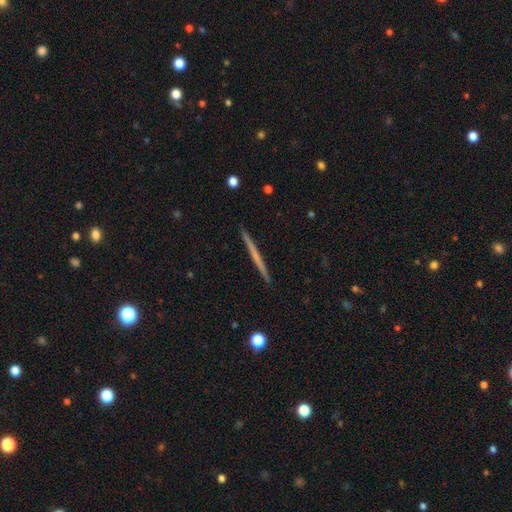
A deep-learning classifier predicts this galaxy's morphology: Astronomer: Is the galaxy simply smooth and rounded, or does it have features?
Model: featured or disk — 53% (runner-up: smooth, 42%).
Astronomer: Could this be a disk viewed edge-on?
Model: yes — 98%.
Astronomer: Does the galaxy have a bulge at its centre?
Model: none — 89%.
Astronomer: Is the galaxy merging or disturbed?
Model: none — 93%.